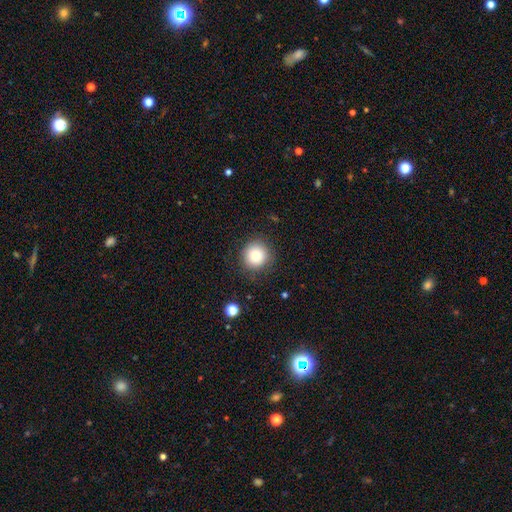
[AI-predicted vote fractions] Overall: smooth (80%). How rounded: round (93%). Merging: none (86%).